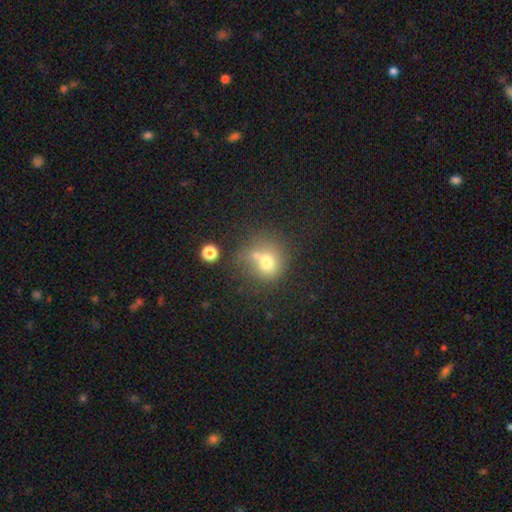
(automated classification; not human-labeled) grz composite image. It shows a smooth galaxy with no disk features (70%) that is round (81%). Merging: merger (42%).